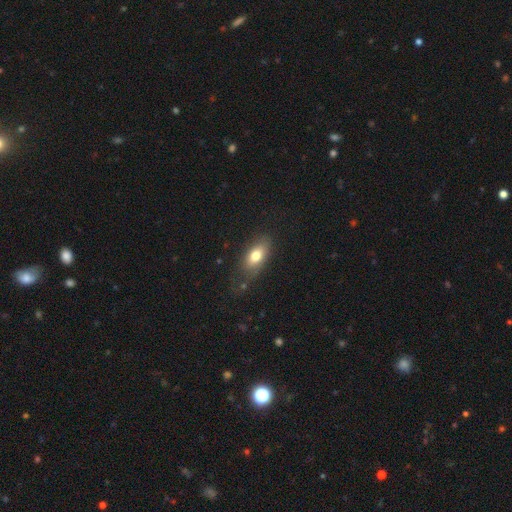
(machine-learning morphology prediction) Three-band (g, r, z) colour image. It shows a smooth galaxy with no disk features (74%) that is in between round and cigar-shaped (87%). Merging: none (65%).